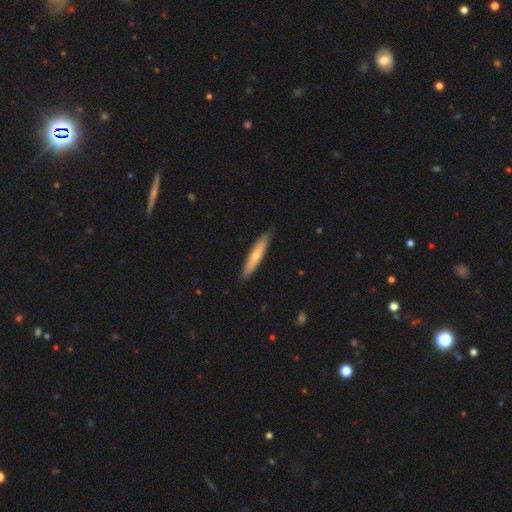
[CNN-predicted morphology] This is likely a smooth galaxy (60%). How rounded: clearly cigar-shaped (88%). Merging: clearly none (86%).